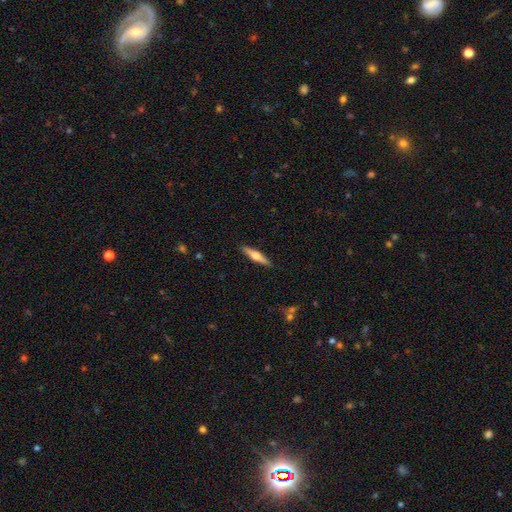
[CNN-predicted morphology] A featured or disk galaxy (56%) viewed edge-on (96%) with a rounded central bulge (92%). Merging: none (90%).